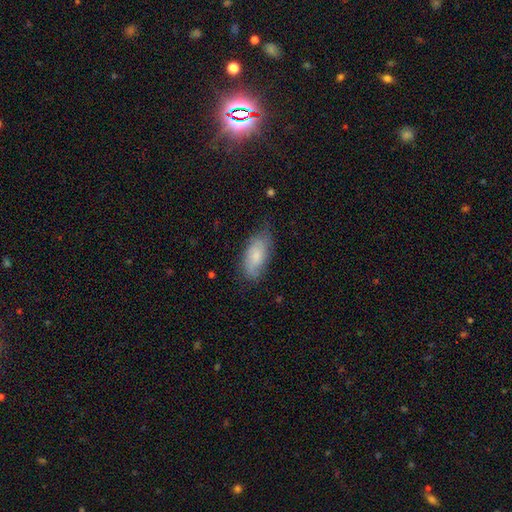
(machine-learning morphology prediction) A smooth galaxy with no disk features (65%) that is in between round and cigar-shaped (89%).

Vote fractions:
- Smooth or featured? smooth: 65% / featured or disk: 28% / star or artifact: 7%
- How rounded? in between: 89% / cigar-shaped: 9% / round: 3%
- Merging? none: 66% / minor disturbance: 26% / major disturbance: 7% / merger: 1%